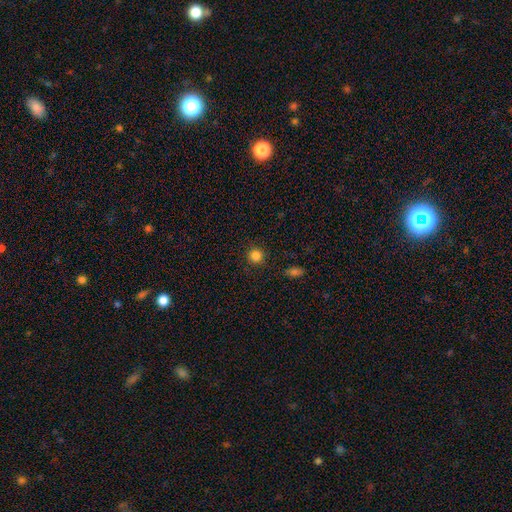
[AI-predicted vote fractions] Overall: smooth (84%). How rounded: round (94%). Merging: none (91%).